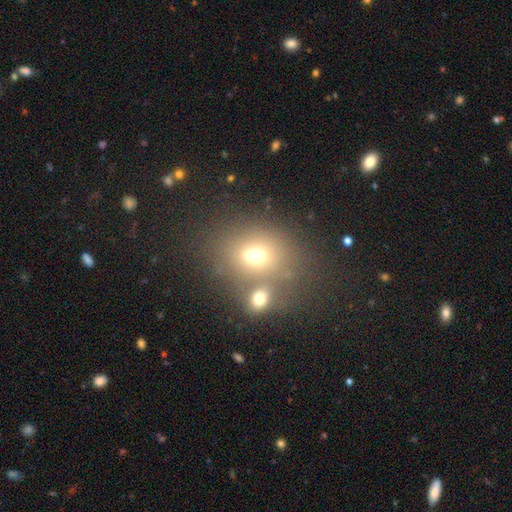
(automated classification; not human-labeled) Smooth or featured? smooth (62%)
How rounded? round (58%)
Merging? merger (51%)